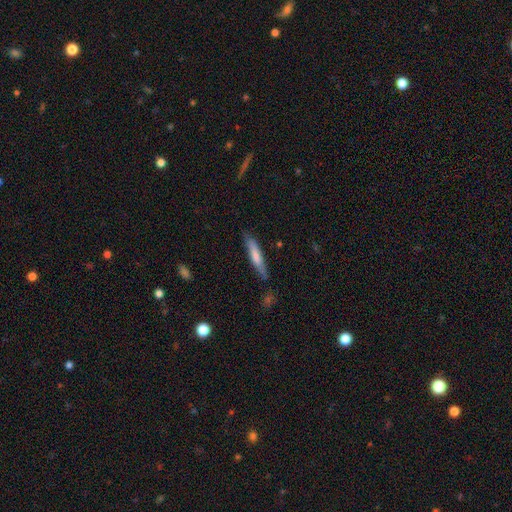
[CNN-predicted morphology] A smooth galaxy with no disk features (68%) that is cigar-shaped (91%). Merging: none (80%).